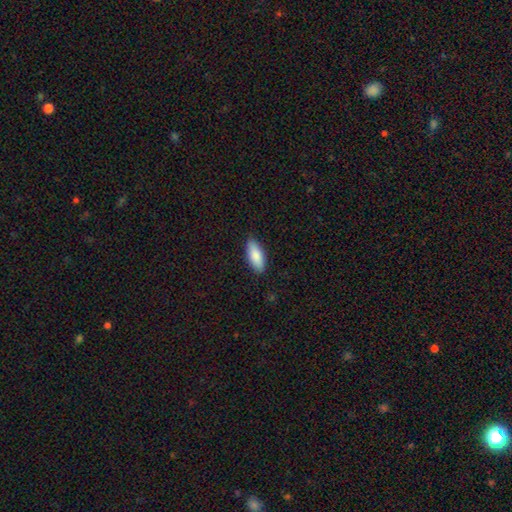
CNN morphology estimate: smooth 85%, featured or disk 9%, star or artifact 6%. Down the decision tree: how rounded — in between (80%); merging — none (87%).